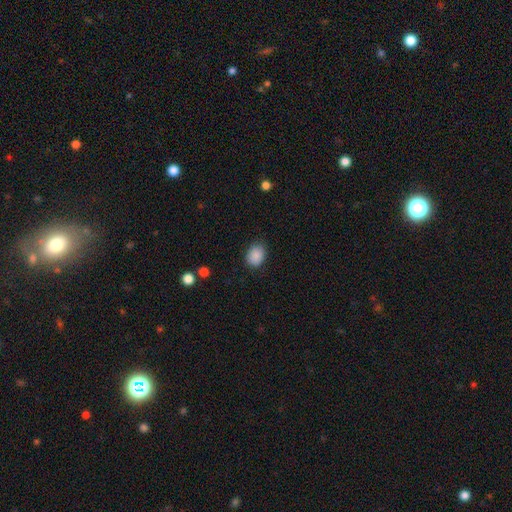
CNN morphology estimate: This is clearly a smooth galaxy (88%). How rounded: possibly in between (56%). Merging: clearly none (81%).